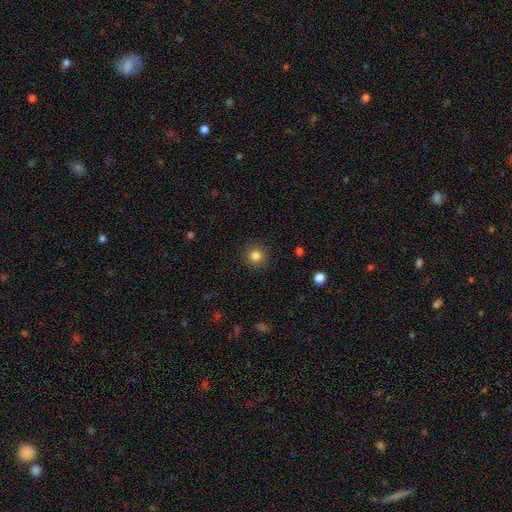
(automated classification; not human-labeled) The model was most divided on "smooth or featured": smooth: 84%, star or artifact: 11%, featured or disk: 5%. More confident: how rounded — round (93%); merging — none (90%).